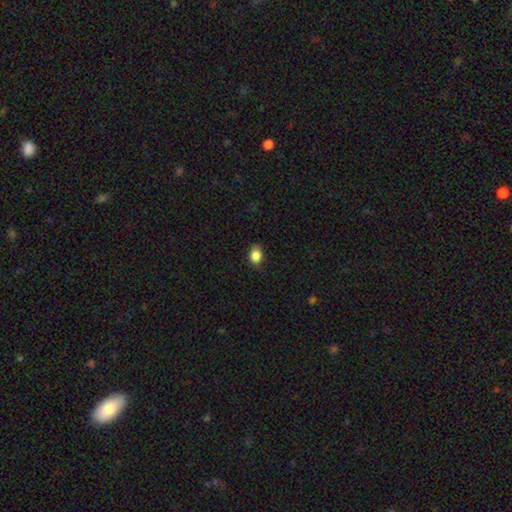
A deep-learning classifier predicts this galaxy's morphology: smooth 86%, star or artifact 9%, featured or disk 5%. Down the decision tree: how rounded — in between (63%); merging — none (81%).